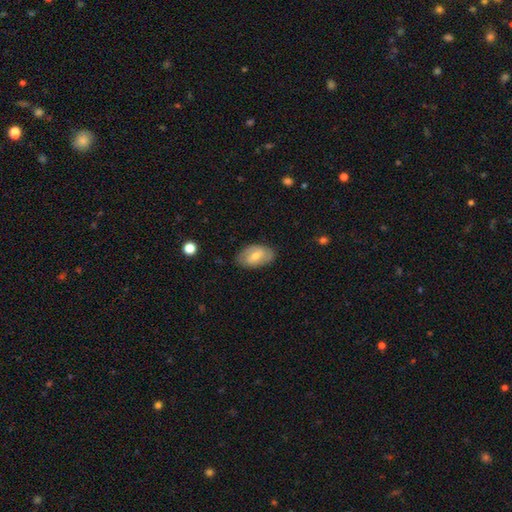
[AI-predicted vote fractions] The model was most divided on "smooth or featured": smooth: 48%, featured or disk: 46%, star or artifact: 6%. More confident: merging — none (79%).